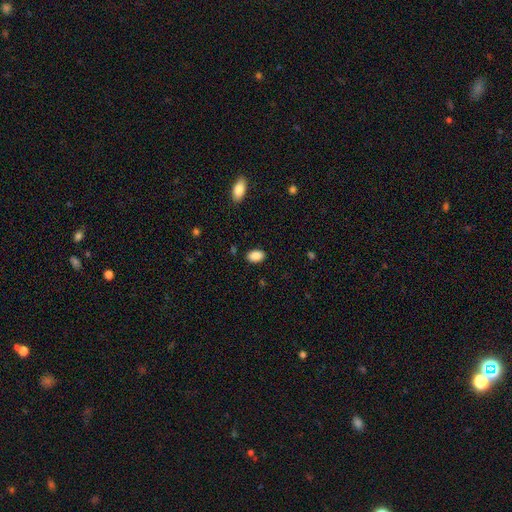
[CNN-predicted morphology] Smooth or featured: smooth — 89% (star or artifact — 8%)
How rounded: in between — 90% (round — 8%)
Merging: none — 87% (minor disturbance — 9%)